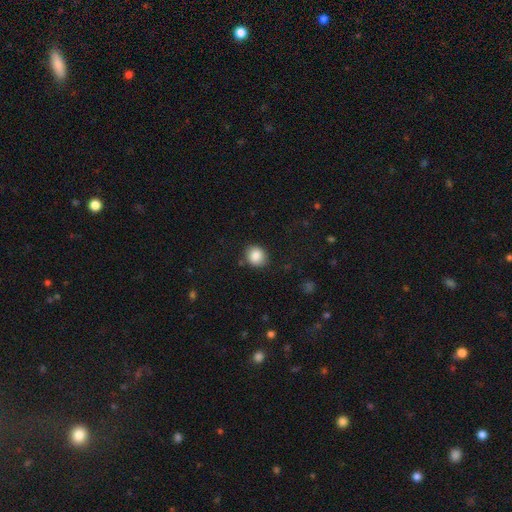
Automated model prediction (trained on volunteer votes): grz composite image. It shows a smooth galaxy with no disk features (87%) that is round (77%). Merging: none (85%).